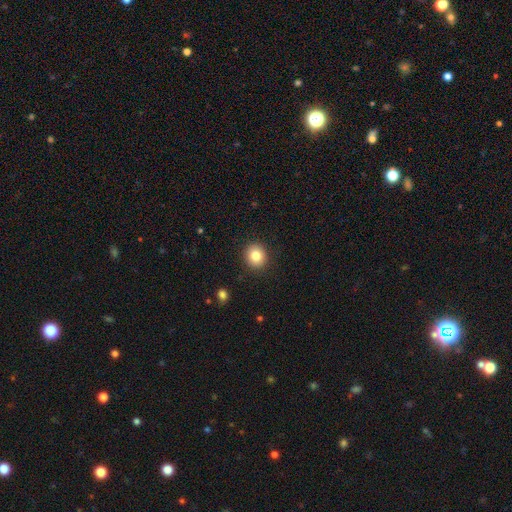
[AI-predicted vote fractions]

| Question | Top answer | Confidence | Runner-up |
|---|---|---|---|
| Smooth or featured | smooth | 84% | star or artifact (9%) |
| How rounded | round | 81% | in between (18%) |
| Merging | none | 90% | minor disturbance (7%) |